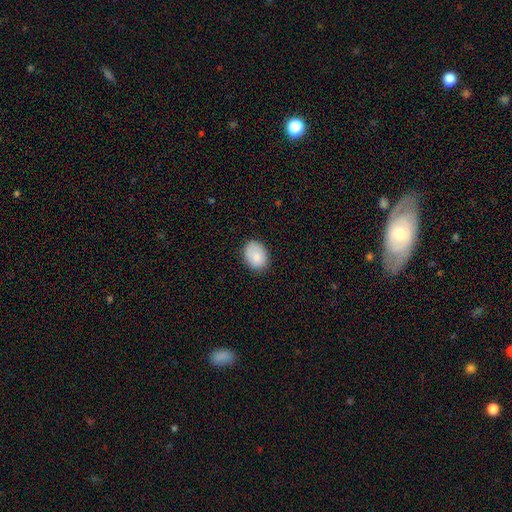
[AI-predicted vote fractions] Smooth or featured: smooth — 86% (star or artifact — 7%)
How rounded: in between — 69% (round — 30%)
Merging: none — 81% (minor disturbance — 15%)